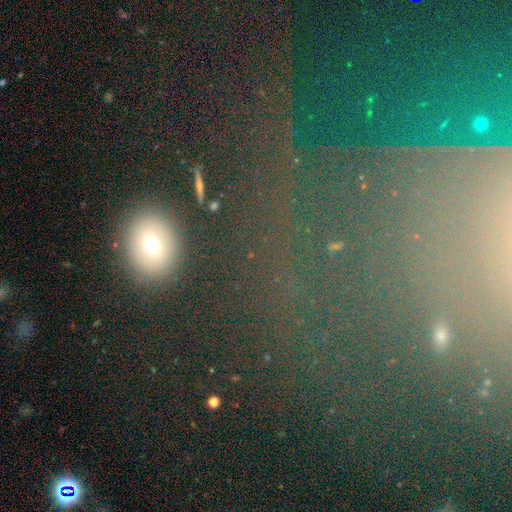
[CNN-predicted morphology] Overall: smooth (57%; star or artifact 27%). How rounded: in between (53%; round 44%). Merging: none (85%).